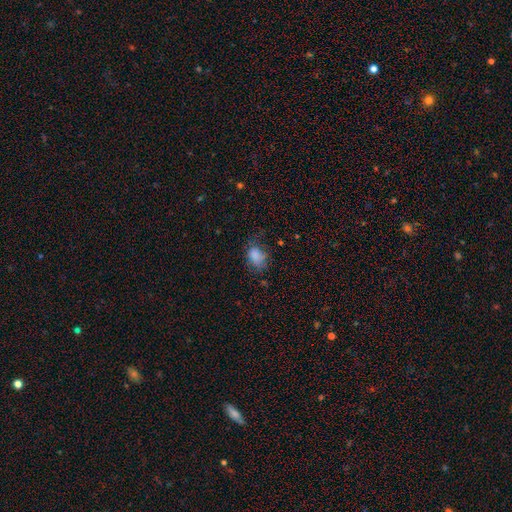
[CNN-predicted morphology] A smooth galaxy with no disk features (79%) that is in between round and cigar-shaped (72%).

Vote fractions:
- Smooth or featured? smooth: 79% / star or artifact: 11% / featured or disk: 10%
- How rounded? in between: 72% / round: 26% / cigar-shaped: 1%
- Merging? none: 46% / minor disturbance: 31% / major disturbance: 21% / merger: 2%